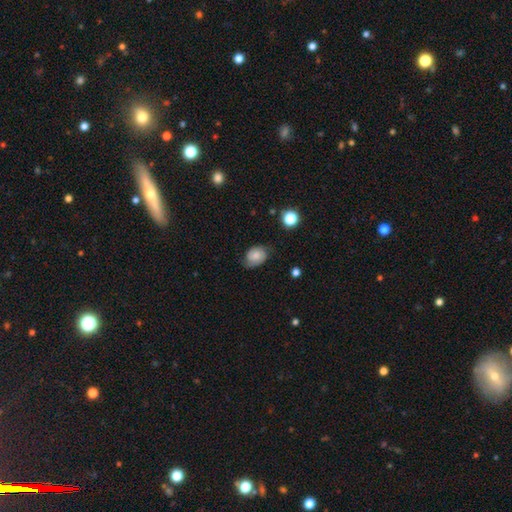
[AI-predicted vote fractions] Smooth or featured?
  - smooth: 56% *
  - featured or disk: 35%
  - star or artifact: 9%
How rounded?
  - in between: 67% *
  - round: 32%
  - cigar-shaped: 1%
Merging?
  - none: 67% *
  - minor disturbance: 25%
  - major disturbance: 7%
  - merger: 1%